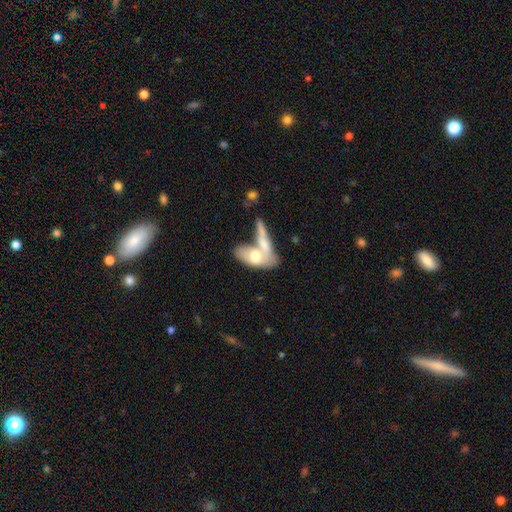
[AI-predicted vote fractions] smooth-or-featured: smooth: 61% | featured or disk: 33% | star or artifact: 5%
  how-rounded: in between: 82% | cigar-shaped: 14% | round: 4%
  merging: merger: 60% | none: 22% | minor disturbance: 10% | major disturbance: 8%